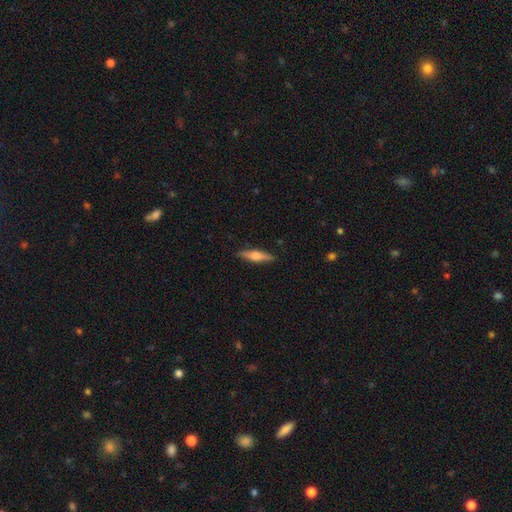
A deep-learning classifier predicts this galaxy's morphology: smooth-or-featured: featured or disk: 50% | smooth: 44% | star or artifact: 6%
  disk-edge-on: yes: 96% | no: 4%
  merging: none: 89% | minor disturbance: 8% | major disturbance: 2% | merger: 1%